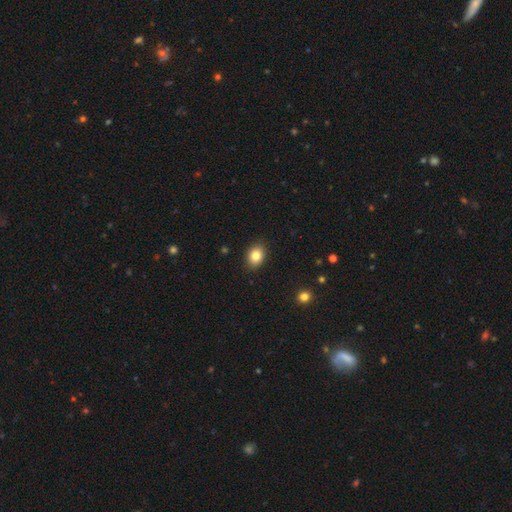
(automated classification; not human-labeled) A smooth galaxy with no disk features (83%) that is in between round and cigar-shaped (65%). Merging: none (89%).